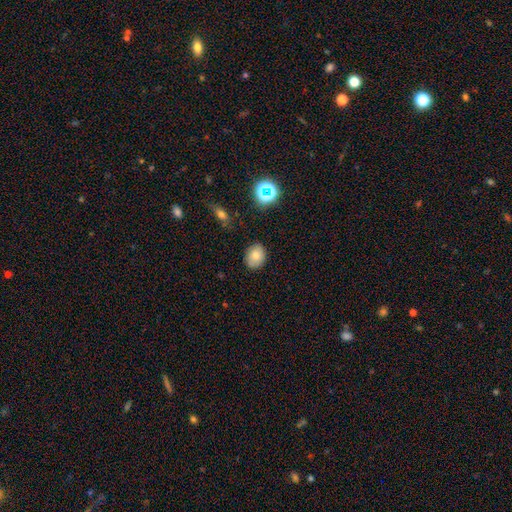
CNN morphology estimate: This appears to be a smooth galaxy with no disk features (74%) that is in between round and cigar-shaped (55%). Merging: none (84%).